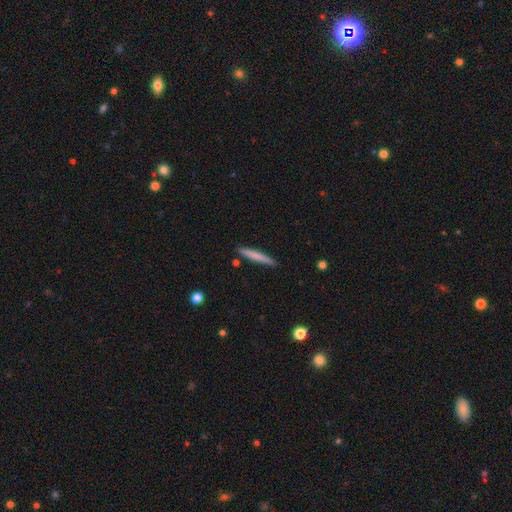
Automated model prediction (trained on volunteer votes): A smooth galaxy with no disk features (71%) that is cigar-shaped (96%).

Vote fractions:
- Smooth or featured? smooth: 71% / featured or disk: 24% / star or artifact: 5%
- How rounded? cigar-shaped: 96% / in between: 3% / round: 1%
- Merging? none: 88% / minor disturbance: 9% / merger: 2% / major disturbance: 2%